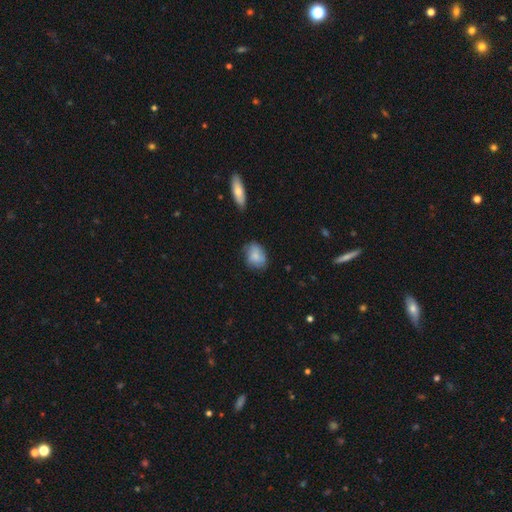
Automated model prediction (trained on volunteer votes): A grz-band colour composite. It shows a smooth galaxy with no disk features (75%) that is in between round and cigar-shaped (60%). Merging: none (66%).